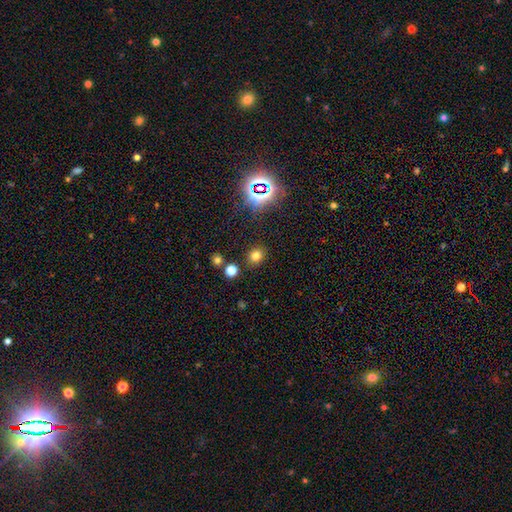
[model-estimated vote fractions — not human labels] smooth-or-featured: smooth: 73% | star or artifact: 20% | featured or disk: 7%
  how-rounded: round: 70% | in between: 29% | cigar-shaped: 1%
  merging: none: 85% | minor disturbance: 8% | merger: 4% | major disturbance: 3%